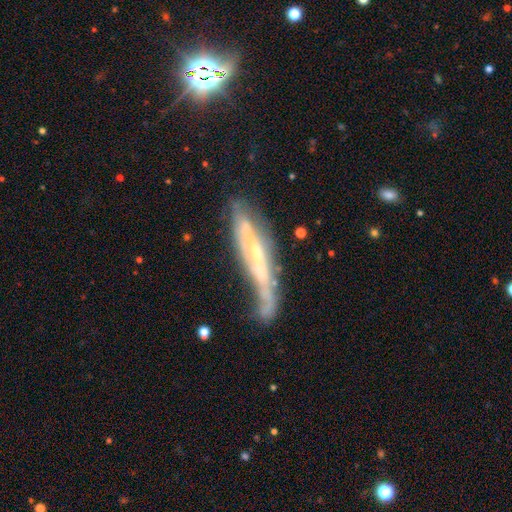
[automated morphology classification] Smooth or featured: featured or disk — 70% (smooth — 22%)
Edge-on disk: yes — 72% (no — 28%)
Edge-on bulge: none — 49% (rounded — 40%)
Merging: none — 46% (minor disturbance — 29%)